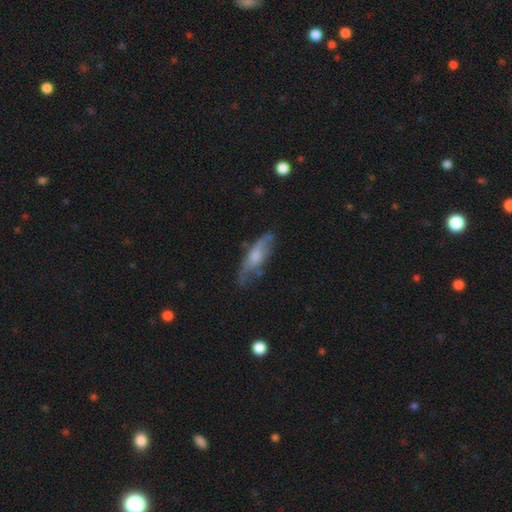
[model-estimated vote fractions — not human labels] This is possibly a smooth galaxy (47%). Merging: possibly none (59%).